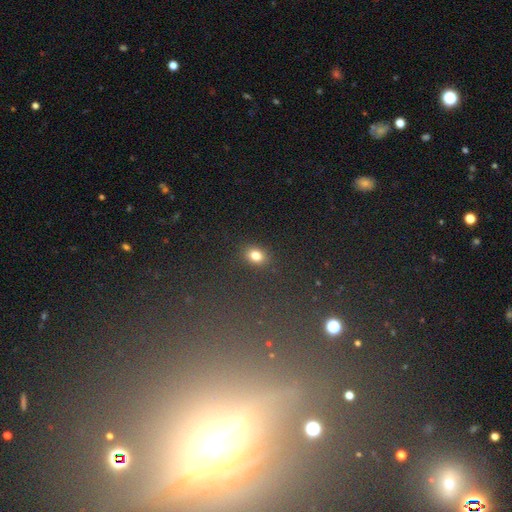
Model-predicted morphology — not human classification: Smooth or featured: smooth — 80% (star or artifact — 14%)
How rounded: in between — 58% (round — 40%)
Merging: none — 86% (minor disturbance — 9%)